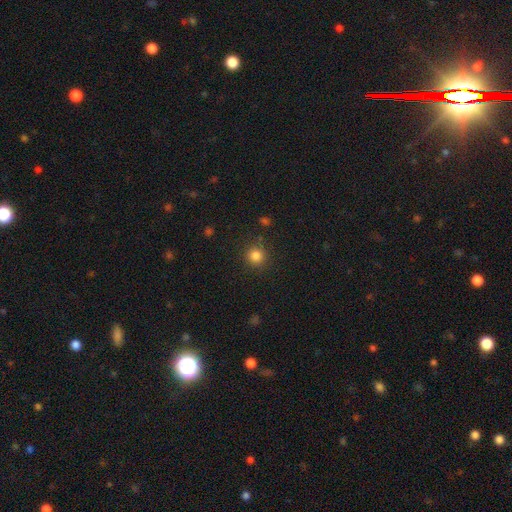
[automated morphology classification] Smooth or featured? Predicted: smooth (p=0.83). How rounded? Predicted: round (p=0.94). Merging? Predicted: none (p=0.88).